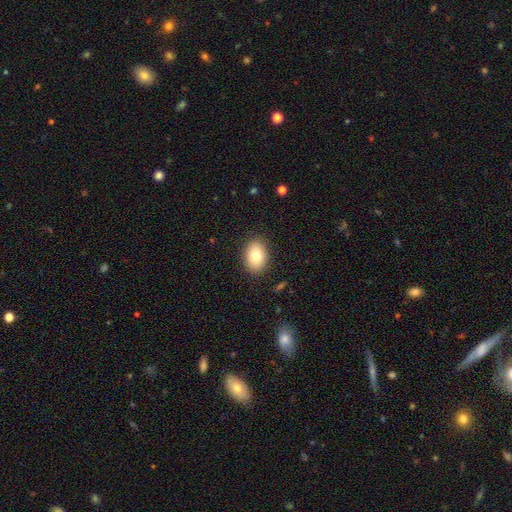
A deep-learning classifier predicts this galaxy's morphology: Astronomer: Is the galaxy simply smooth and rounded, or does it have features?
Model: smooth — 78%.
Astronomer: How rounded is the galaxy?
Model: in between — 78%.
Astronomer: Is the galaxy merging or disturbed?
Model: none — 88%.